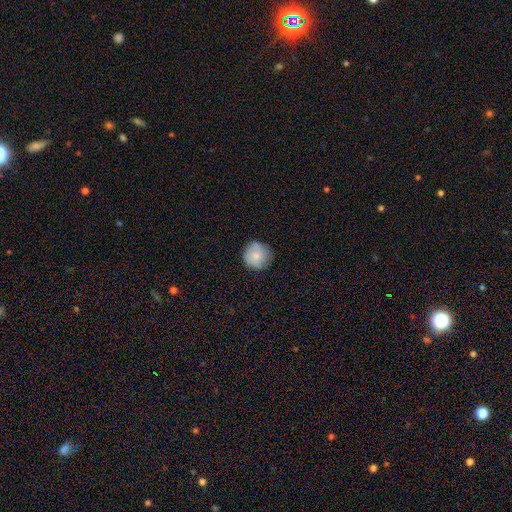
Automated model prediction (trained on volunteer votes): A smooth galaxy with no disk features (79%) that is round (94%). Merging: none (80%).